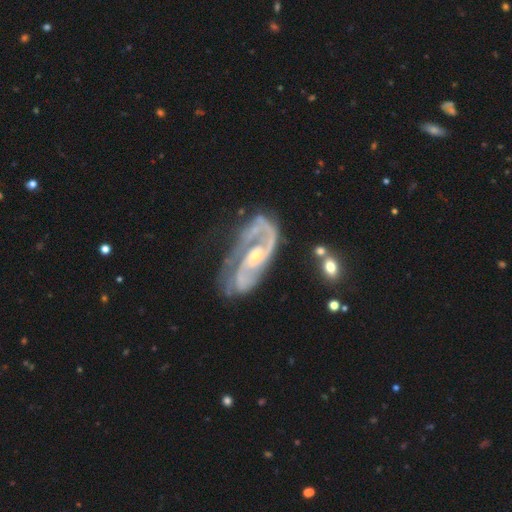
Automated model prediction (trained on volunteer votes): The model was most divided on "bar": no: 50%, weak: 35%, strong: 16%. More confident: spiral arms — yes (97%); edge-on disk — no (96%); smooth or featured — featured or disk (90%); spiral arm count — 2 (81%); bulge size — small (60%); merging — none (57%); spiral winding — medium (50%).